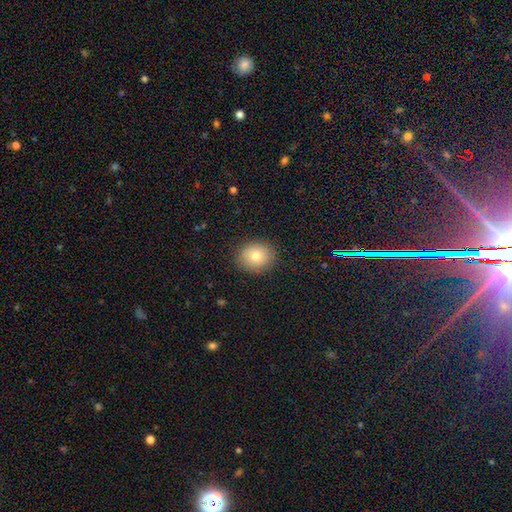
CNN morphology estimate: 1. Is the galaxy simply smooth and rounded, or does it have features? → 77% smooth, 13% featured or disk, 10% star or artifact.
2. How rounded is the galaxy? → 74% round, 25% in between, 1% cigar-shaped.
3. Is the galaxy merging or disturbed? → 88% none, 8% minor disturbance, 3% major disturbance, 1% merger.